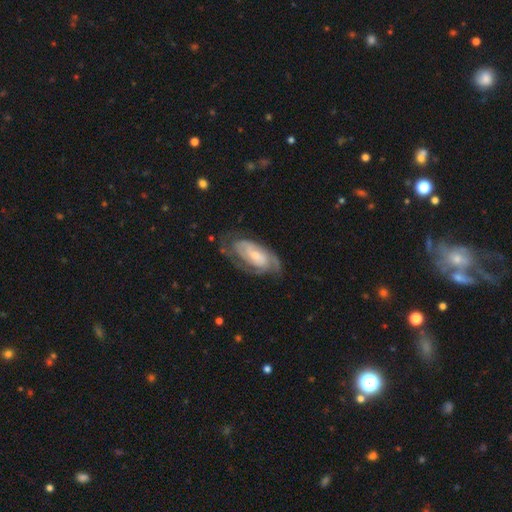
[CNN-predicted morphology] Smooth or featured? featured or disk (81%)
Edge-on disk? no (95%)
Bar? no (54%)
Spiral arms? yes (93%)
Spiral winding? tight (59%)
Spiral arm count? 2 (51%)
Bulge size? small (55%)
Merging? none (63%)